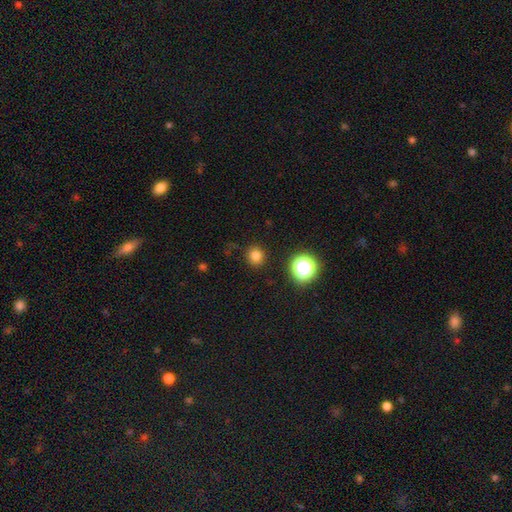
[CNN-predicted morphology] A smooth galaxy with no disk features (79%) that is round (88%). Merging: none (88%).